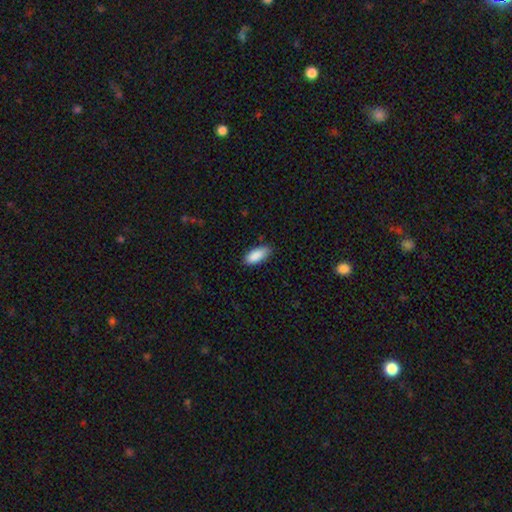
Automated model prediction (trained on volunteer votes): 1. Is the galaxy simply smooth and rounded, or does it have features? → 89% smooth, 6% star or artifact, 4% featured or disk.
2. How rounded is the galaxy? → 84% in between, 14% cigar-shaped, 2% round.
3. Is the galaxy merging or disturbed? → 81% none, 15% minor disturbance, 2% major disturbance, 1% merger.